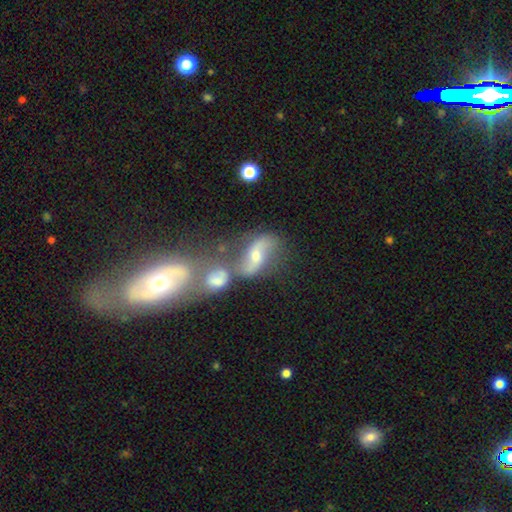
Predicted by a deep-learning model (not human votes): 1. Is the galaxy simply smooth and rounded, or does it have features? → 66% featured or disk, 22% smooth, 12% star or artifact.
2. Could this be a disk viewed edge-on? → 93% no, 7% yes.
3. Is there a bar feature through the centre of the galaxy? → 39% no, 38% weak, 22% strong.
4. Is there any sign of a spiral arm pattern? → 85% yes, 15% no.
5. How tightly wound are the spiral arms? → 76% loose, 18% medium, 6% tight.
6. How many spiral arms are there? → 89% 2, 4% can't tell, 3% 1, 1% 3, 1% 4, 1% more than 4.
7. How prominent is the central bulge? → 58% moderate, 31% small, 6% large, 4% none, 2% dominant.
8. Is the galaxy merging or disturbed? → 43% merger, 34% none, 13% minor disturbance, 10% major disturbance.